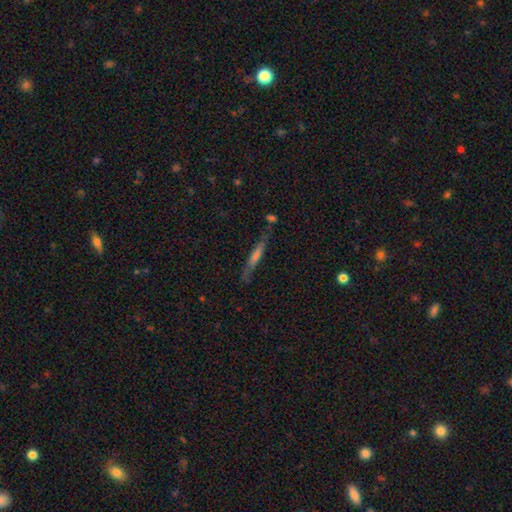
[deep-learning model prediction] A featured or disk galaxy (64%) viewed edge-on (93%) with a rounded central bulge (51%). Merging: none (82%).